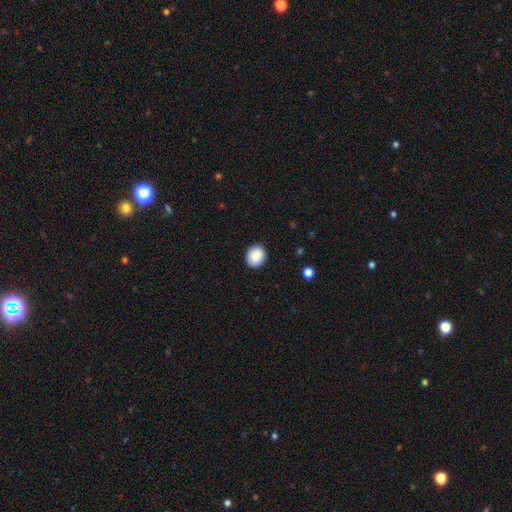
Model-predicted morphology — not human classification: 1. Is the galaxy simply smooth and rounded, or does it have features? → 88% smooth, 8% star or artifact, 4% featured or disk.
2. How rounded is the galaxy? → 76% round, 23% in between, 1% cigar-shaped.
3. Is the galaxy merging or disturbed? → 90% none, 7% minor disturbance, 2% major disturbance, 1% merger.